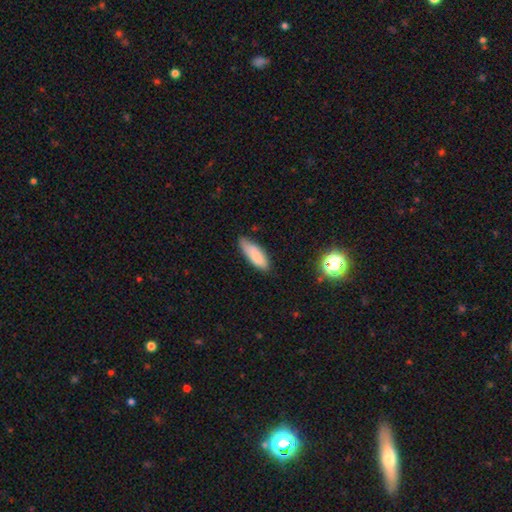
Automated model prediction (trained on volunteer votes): This appears to be a smooth galaxy with no disk features (84%) that is in between round and cigar-shaped (60%). Merging: none (72%).